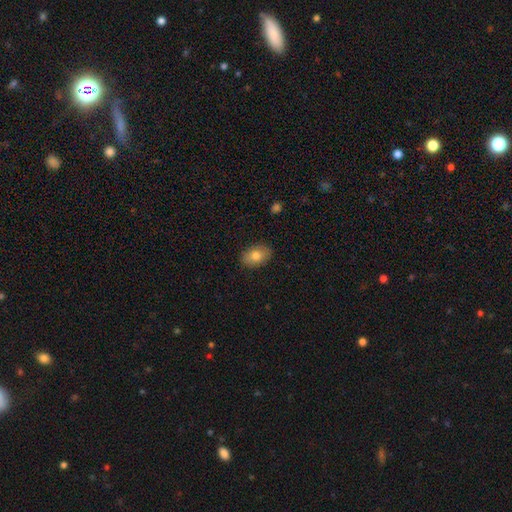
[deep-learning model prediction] Overall: smooth (80%). How rounded: in between (86%). Merging: none (87%).